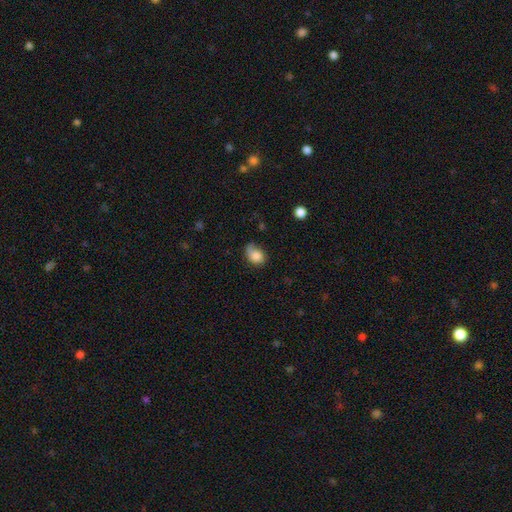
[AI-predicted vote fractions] smooth-or-featured: smooth: 79% | featured or disk: 12% | star or artifact: 8%
  how-rounded: in between: 62% | round: 37% | cigar-shaped: 1%
  merging: none: 48% | minor disturbance: 34% | major disturbance: 15% | merger: 3%